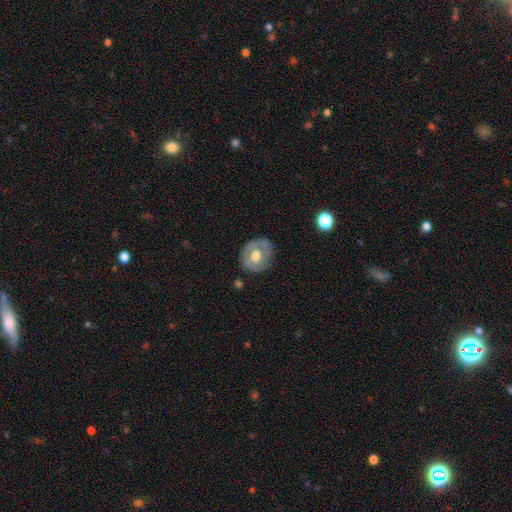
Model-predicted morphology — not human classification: smooth-or-featured: featured or disk: 48% | smooth: 45% | star or artifact: 6%
  merging: none: 70% | minor disturbance: 21% | major disturbance: 7% | merger: 2%